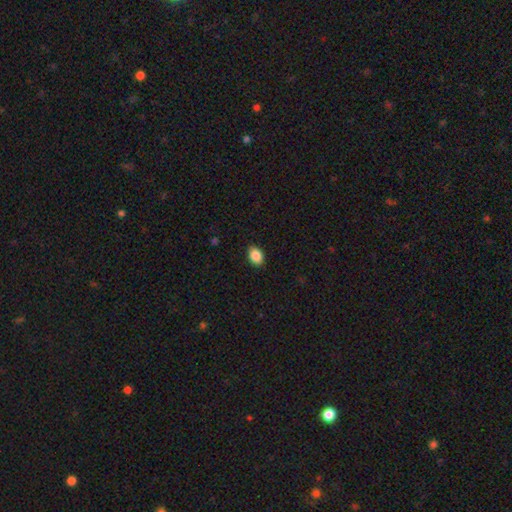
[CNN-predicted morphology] The model was most divided on "how rounded": in between: 78%, round: 21%, cigar-shaped: 1%. More confident: smooth or featured — smooth (88%); merging — none (88%).